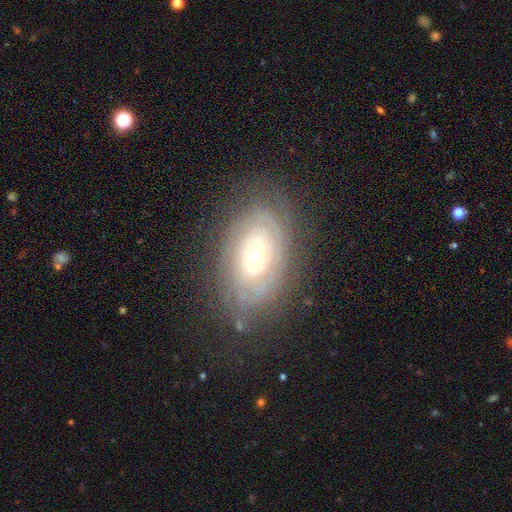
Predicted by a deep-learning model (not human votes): Morphology: type=featured or disk (76%); edge-on=no (93%); bar=no (76%); spiral arms=yes (80%); winding=tight (81%); arm count=can't tell (55%); bulge=moderate (60%); merging=none (75%).